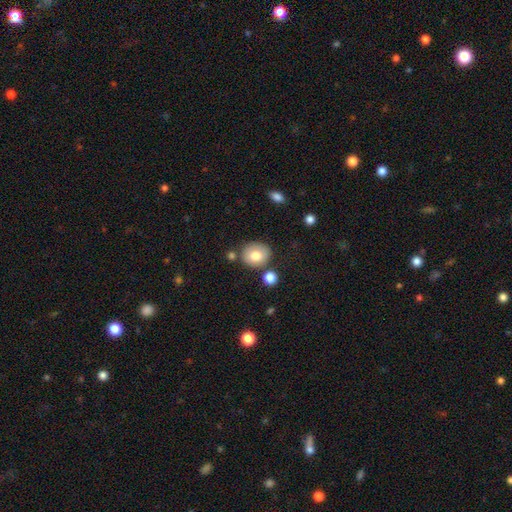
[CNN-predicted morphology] smooth_or_featured: smooth (p=0.77) [alt: featured or disk p=0.14]
how_rounded: round (p=0.68) [alt: in between p=0.31]
merging: none (p=0.75) [alt: minor disturbance p=0.13]